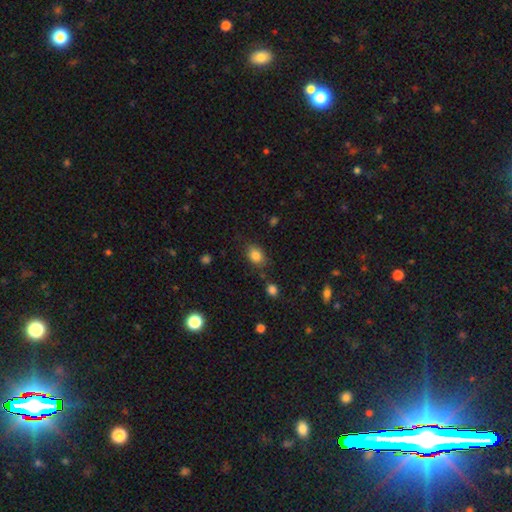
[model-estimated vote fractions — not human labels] Overall: smooth (83%). How rounded: in between (68%; round 31%). Merging: none (76%).